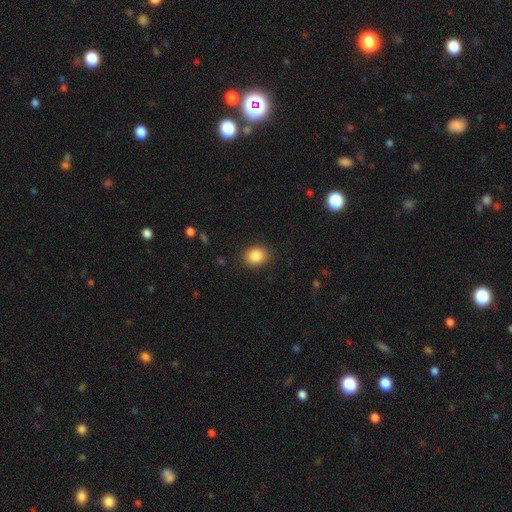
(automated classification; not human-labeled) Smooth or featured? smooth (86%)
How rounded? round (60%)
Merging? none (88%)